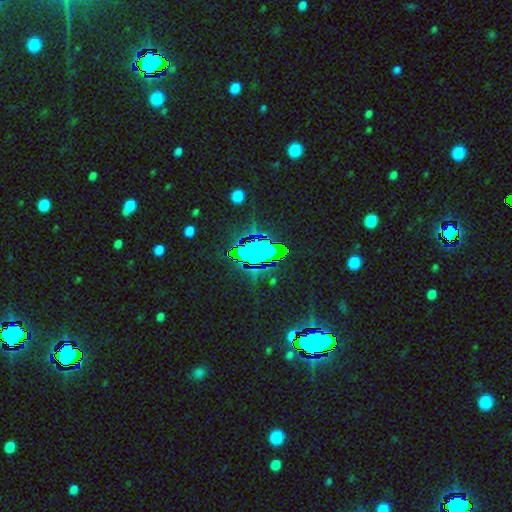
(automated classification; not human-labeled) The model was most divided on "smooth or featured": star or artifact: 76%, smooth: 15%, featured or disk: 9%.